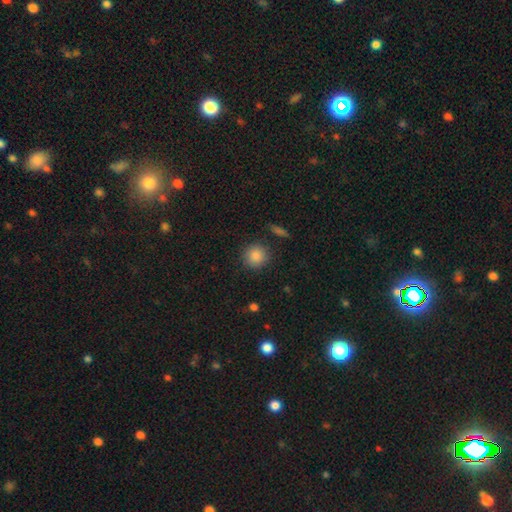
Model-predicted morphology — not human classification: This is clearly a smooth galaxy (86%). How rounded: clearly round (92%). Merging: clearly none (88%).